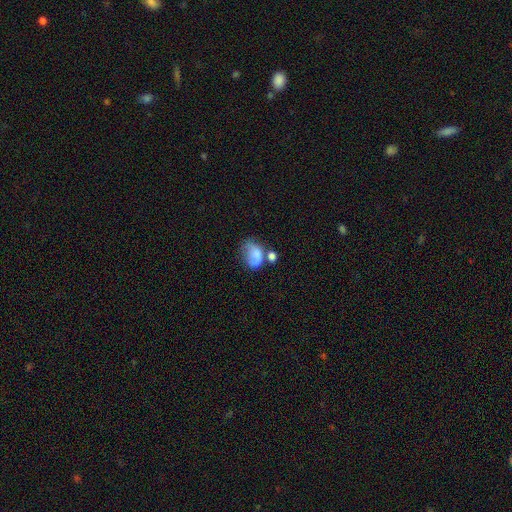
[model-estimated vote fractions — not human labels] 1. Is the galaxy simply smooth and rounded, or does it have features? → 74% smooth, 16% featured or disk, 10% star or artifact.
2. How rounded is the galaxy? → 75% in between, 23% round, 1% cigar-shaped.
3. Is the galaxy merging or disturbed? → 26% none (tied), 26% merger (tied), 25% minor disturbance, 23% major disturbance.